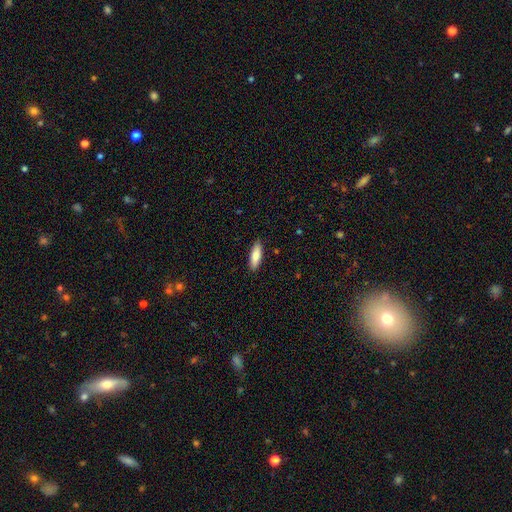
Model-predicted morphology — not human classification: smooth-or-featured: smooth: 83% | featured or disk: 12% | star or artifact: 5%
  how-rounded: cigar-shaped: 51% | in between: 47% | round: 2%
  merging: none: 89% | minor disturbance: 9% | major disturbance: 2% | merger: 1%